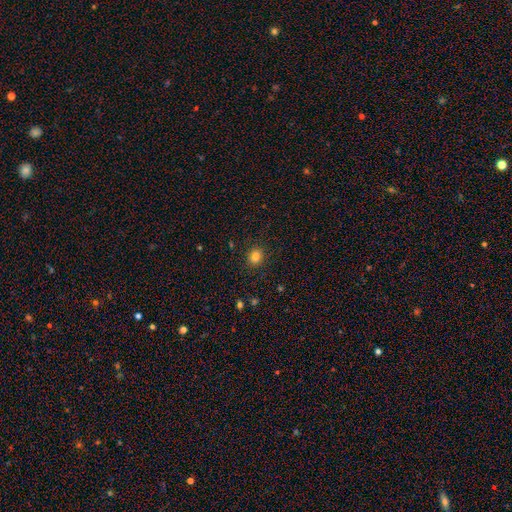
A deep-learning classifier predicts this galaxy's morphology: Overall: smooth (82%). How rounded: round (70%; in between 30%). Merging: none (89%).